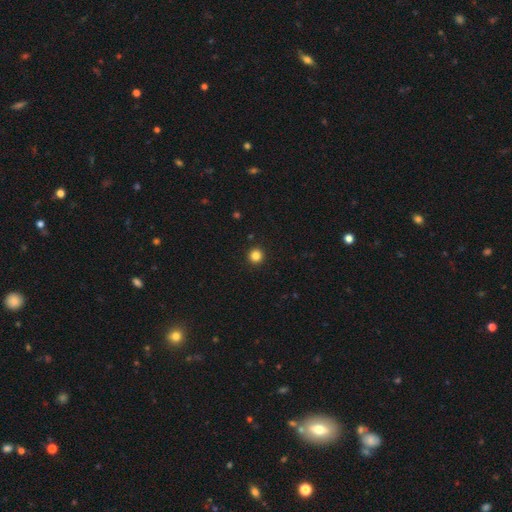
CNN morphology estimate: Smooth or featured? Predicted: smooth (p=0.84). How rounded? Predicted: round (p=0.95). Merging? Predicted: none (p=0.94).